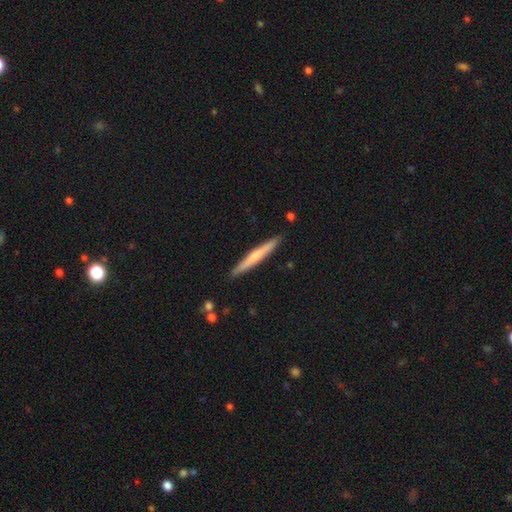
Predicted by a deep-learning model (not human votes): This is possibly a smooth galaxy (52%). How rounded: clearly cigar-shaped (96%). Merging: clearly none (90%).